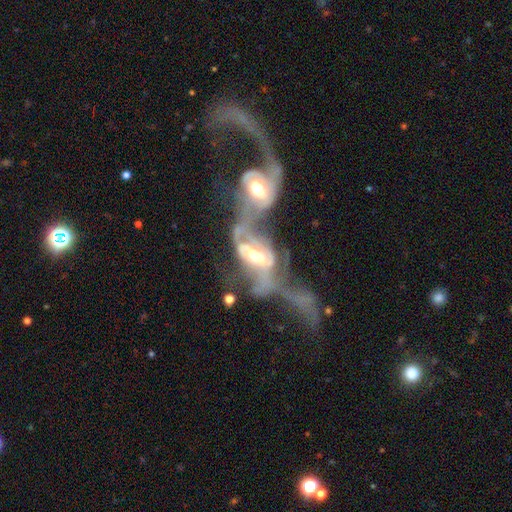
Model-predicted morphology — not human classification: Smooth or featured: featured or disk — 80% (smooth — 12%)
Edge-on disk: no — 90% (yes — 10%)
Bar: no — 35% (tied with weak — 35%)
Spiral arms: yes — 79% (no — 21%)
Spiral winding: loose — 45% (medium — 32%)
Spiral arm count: 2 — 59% (can't tell — 27%)
Bulge size: moderate — 62% (large — 21%)
Merging: merger — 77% (major disturbance — 15%)